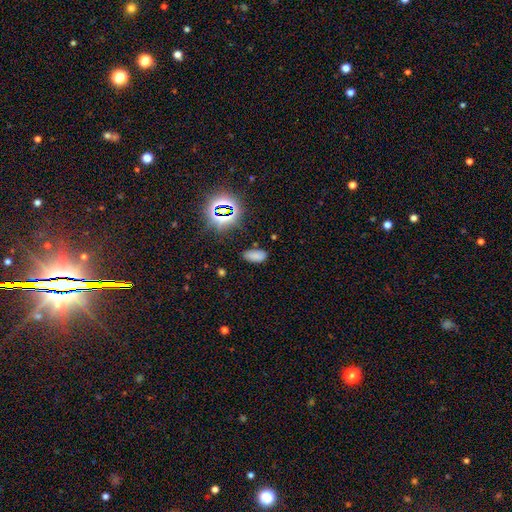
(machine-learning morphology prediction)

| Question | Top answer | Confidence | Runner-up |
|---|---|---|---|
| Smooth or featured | smooth | 71% | star or artifact (23%) |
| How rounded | in between | 89% | cigar-shaped (7%) |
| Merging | none | 80% | minor disturbance (14%) |